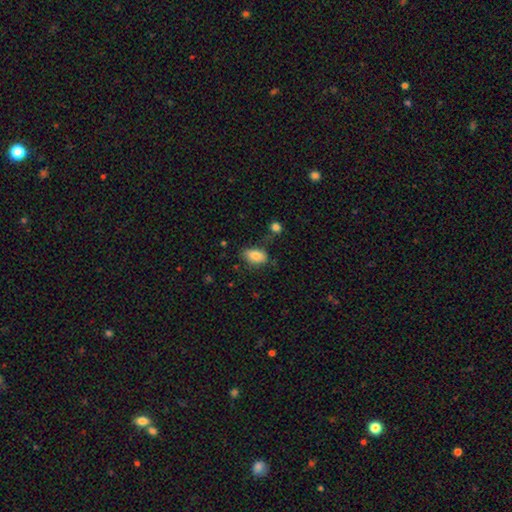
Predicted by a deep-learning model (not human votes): smooth_or_featured: smooth (p=0.81) [alt: featured or disk p=0.11]
how_rounded: in between (p=0.89) [alt: round p=0.08]
merging: none (p=0.66) [alt: minor disturbance p=0.22]